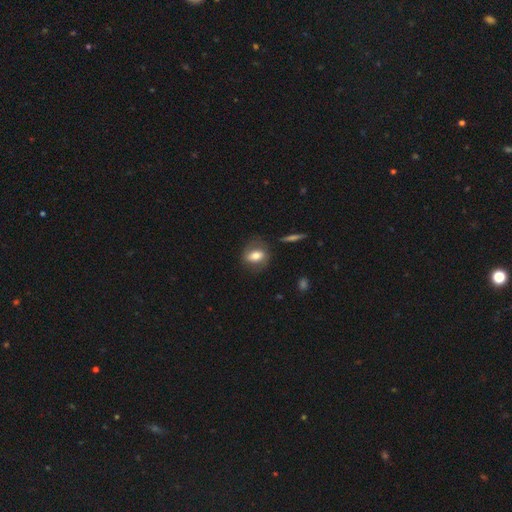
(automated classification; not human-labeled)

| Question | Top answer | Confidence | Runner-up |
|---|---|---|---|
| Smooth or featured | smooth | 62% | featured or disk (31%) |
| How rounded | in between | 67% | round (29%) |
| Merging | none | 73% | minor disturbance (17%) |